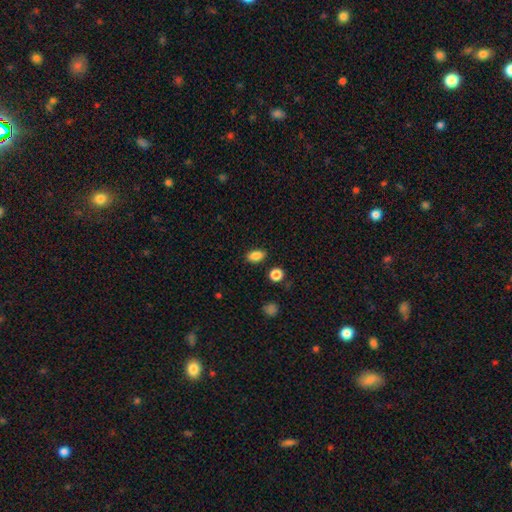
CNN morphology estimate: The model was most divided on "how rounded": in between: 86%, round: 12%, cigar-shaped: 2%. More confident: smooth or featured — smooth (86%); merging — none (85%).